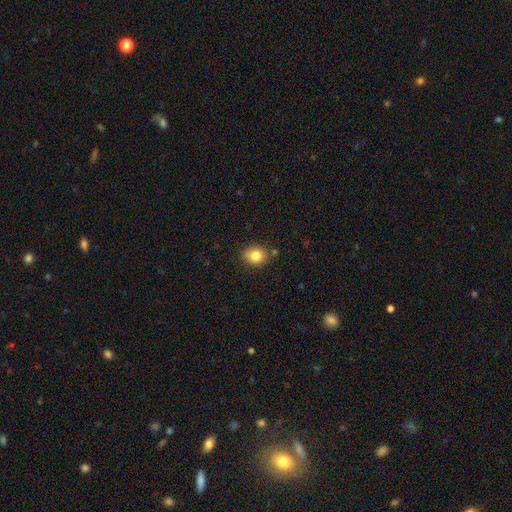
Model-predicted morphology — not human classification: Smooth or featured: smooth — 82% (star or artifact — 10%)
How rounded: round — 62% (in between — 37%)
Merging: none — 77% (minor disturbance — 15%)